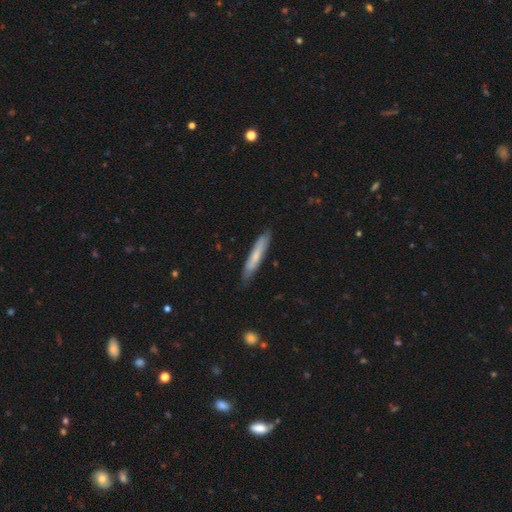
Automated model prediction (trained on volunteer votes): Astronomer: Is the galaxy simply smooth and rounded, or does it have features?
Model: smooth — 64%.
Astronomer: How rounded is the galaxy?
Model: cigar-shaped — 91%.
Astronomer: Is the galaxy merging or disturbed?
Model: none — 79%.